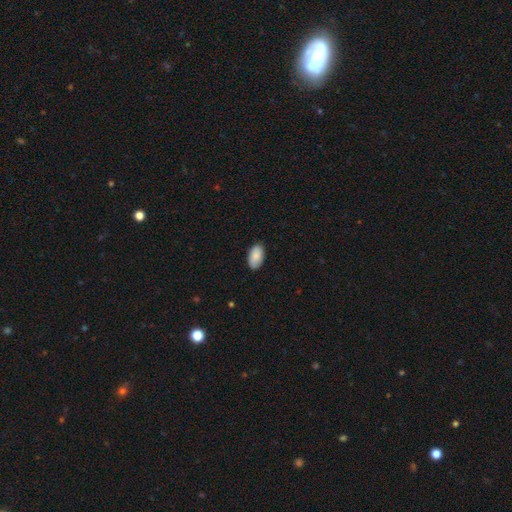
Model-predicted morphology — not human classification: A smooth galaxy with no disk features (89%) that is in between round and cigar-shaped (95%).

Vote fractions:
- Smooth or featured? smooth: 89% / star or artifact: 6% / featured or disk: 5%
- How rounded? in between: 95% / round: 3% / cigar-shaped: 2%
- Merging? none: 88% / minor disturbance: 10% / major disturbance: 2% / merger: 1%